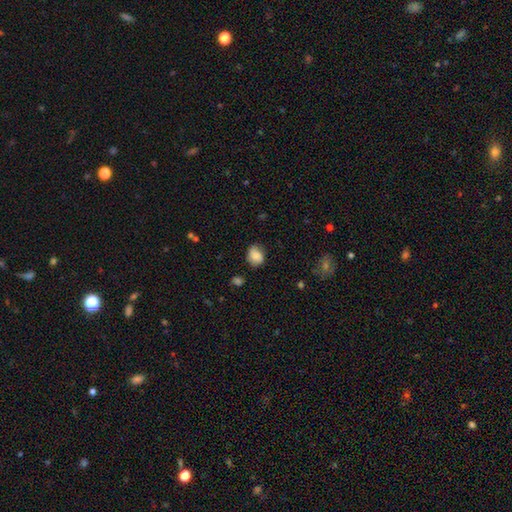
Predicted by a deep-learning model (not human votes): Smooth or featured? smooth (80%)
How rounded? in between (50%)
Merging? none (63%)